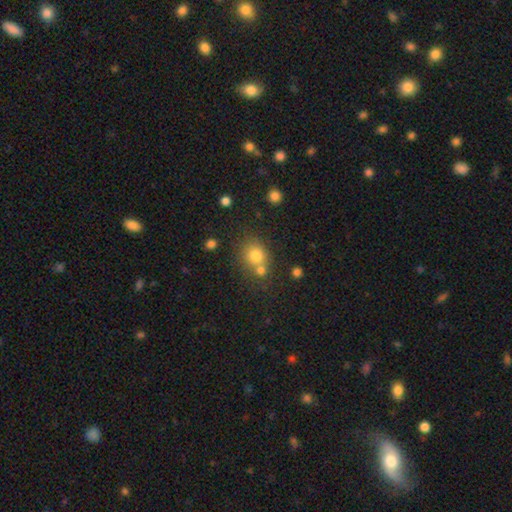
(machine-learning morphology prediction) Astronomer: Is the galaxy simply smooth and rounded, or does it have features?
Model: smooth — 78%.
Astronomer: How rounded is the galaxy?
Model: round — 75%.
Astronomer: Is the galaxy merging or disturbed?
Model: none — 51% (runner-up: merger, 35%).